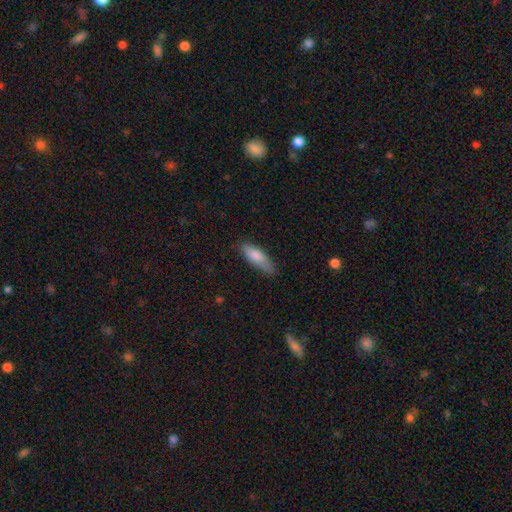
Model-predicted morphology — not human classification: smooth_or_featured: smooth (p=0.82) [alt: featured or disk p=0.12]
how_rounded: in between (p=0.57) [alt: cigar-shaped p=0.41]
merging: none (p=0.74) [alt: minor disturbance p=0.21]